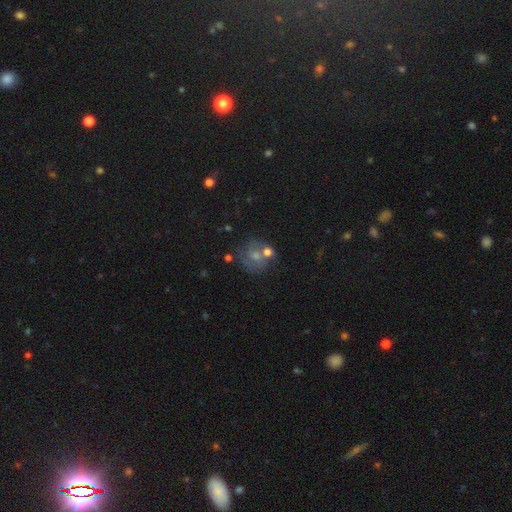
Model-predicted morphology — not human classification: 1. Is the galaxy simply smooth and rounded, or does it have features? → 39% smooth (tied), 39% featured or disk (tied), 22% star or artifact.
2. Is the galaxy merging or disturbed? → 58% none, 19% merger, 15% minor disturbance, 8% major disturbance.